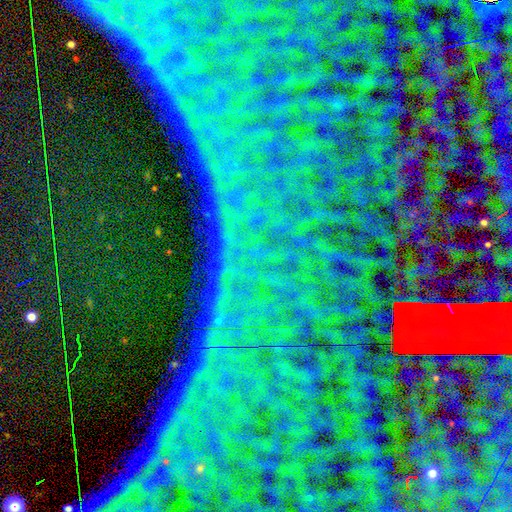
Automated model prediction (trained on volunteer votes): Smooth or featured? star or artifact (85%)